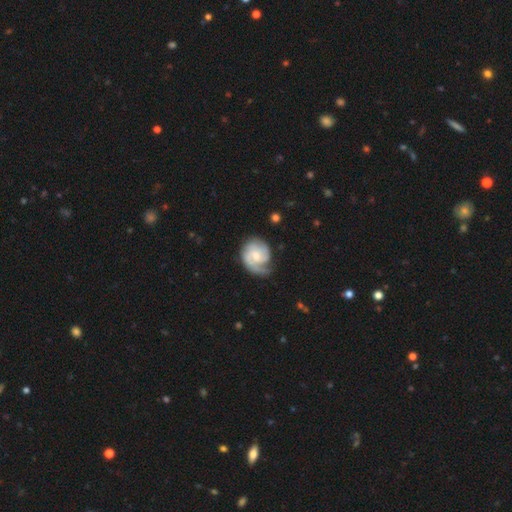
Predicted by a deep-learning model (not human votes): featured or disk 77%, smooth 18%, star or artifact 5%. Down the decision tree: edge-on disk — no (98%); bar — no (55%); spiral arms — yes (95%); spiral arm count — 2 (45%); spiral winding — tight (48%); bulge size — moderate (45%, tied with small); merging — none (60%).